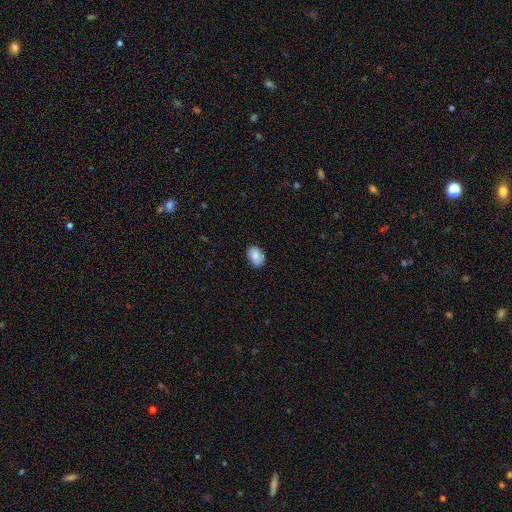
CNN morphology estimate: This is likely a smooth galaxy (79%). How rounded: likely in between (77%). Merging: likely none (80%).